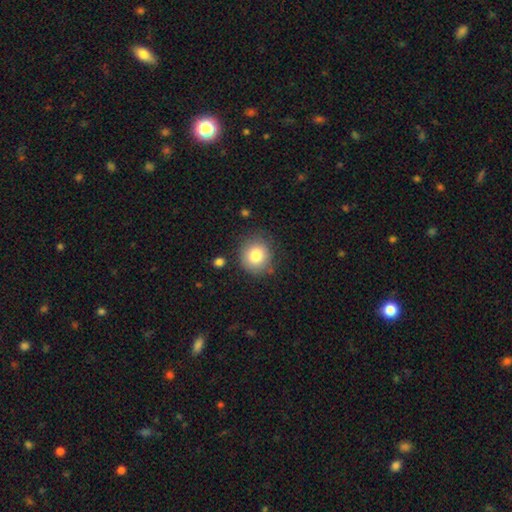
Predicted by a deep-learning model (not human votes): smooth_or_featured: smooth (p=0.81) [alt: star or artifact p=0.10]
how_rounded: round (p=0.86) [alt: in between p=0.14]
merging: none (p=0.84) [alt: minor disturbance p=0.11]